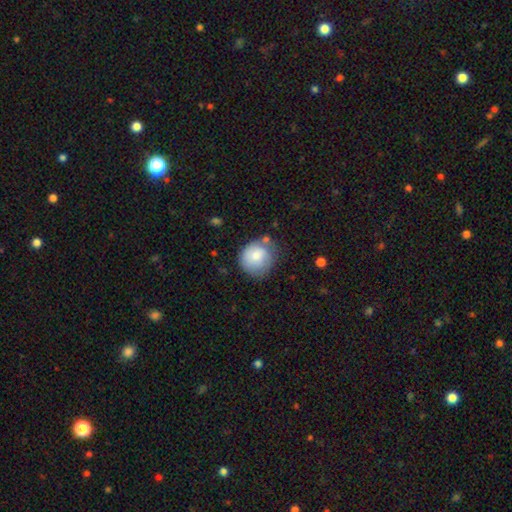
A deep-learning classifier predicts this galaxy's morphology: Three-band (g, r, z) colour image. It shows a smooth galaxy with no disk features (77%) that is round (83%). Merging: none (61%).